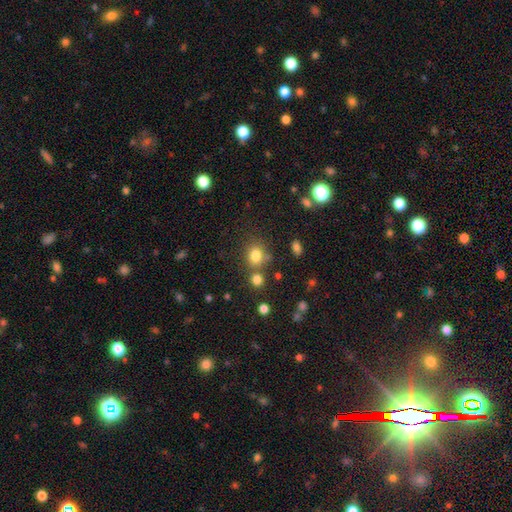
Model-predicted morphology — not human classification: Q: Smooth or featured?
A: smooth (79%); runner-up: star or artifact (14%)
Q: How rounded?
A: round (70%); runner-up: in between (29%)
Q: Merging?
A: none (65%); runner-up: merger (17%)